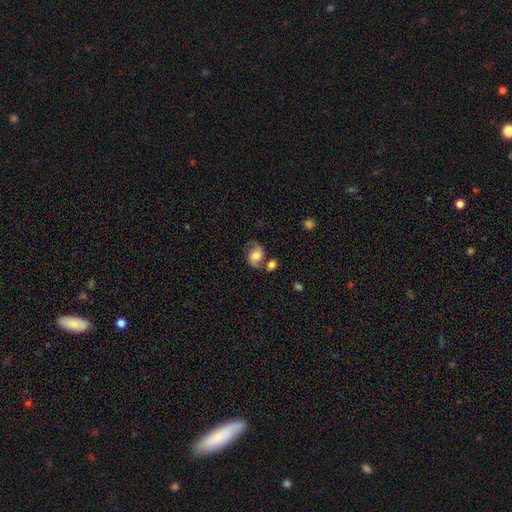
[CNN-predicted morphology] Smooth or featured? featured or disk (59%)
Edge-on disk? no (97%)
Bar? no (61%)
Spiral arms? yes (89%)
Spiral winding? medium (44%)
Spiral arm count? 2 (88%)
Bulge size? large (36%)
Merging? none (53%)